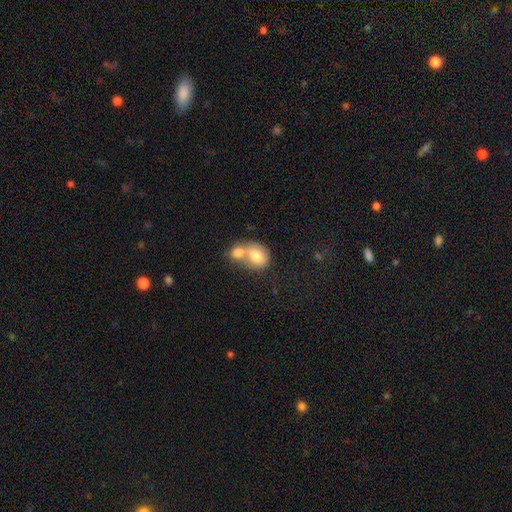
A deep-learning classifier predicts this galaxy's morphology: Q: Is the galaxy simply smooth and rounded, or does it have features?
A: smooth — 76%.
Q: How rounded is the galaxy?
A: in between — 57%.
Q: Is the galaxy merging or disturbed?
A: merger — 69%.